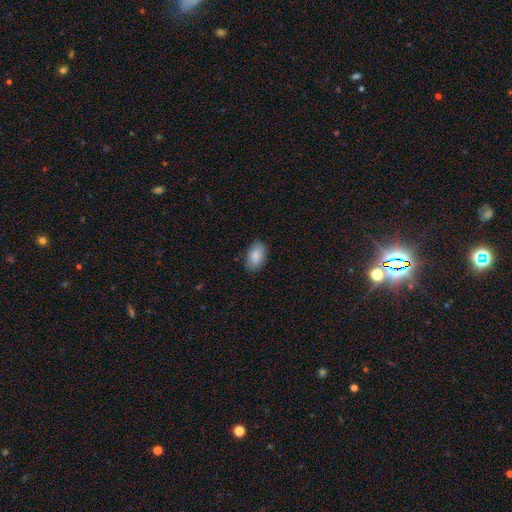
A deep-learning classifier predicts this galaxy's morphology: Smooth or featured?
  - smooth: 88% *
  - star or artifact: 6%
  - featured or disk: 6%
How rounded?
  - in between: 93% *
  - round: 5%
  - cigar-shaped: 2%
Merging?
  - none: 84% *
  - minor disturbance: 12%
  - major disturbance: 3%
  - merger: 1%